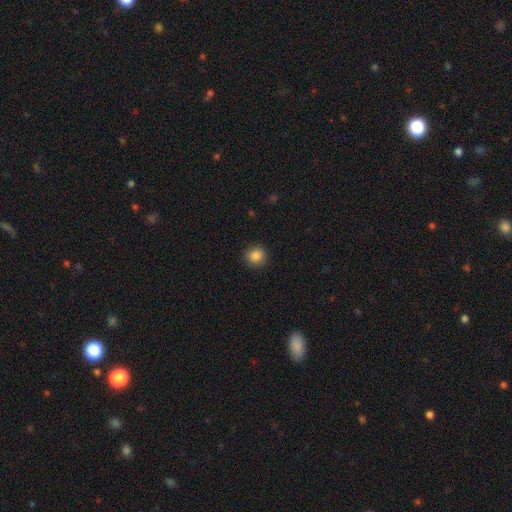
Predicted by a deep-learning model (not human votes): This is clearly a smooth galaxy (86%). How rounded: clearly round (90%). Merging: clearly none (91%).